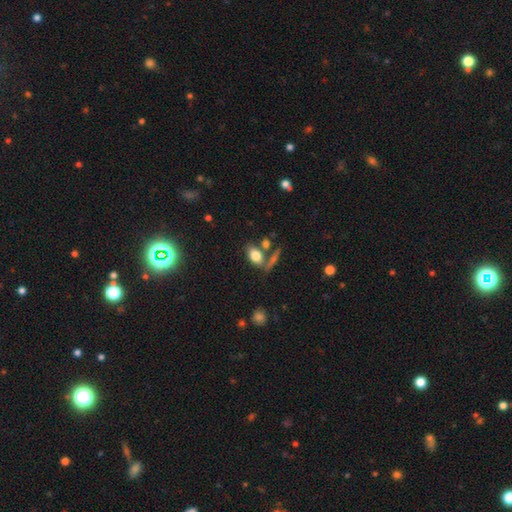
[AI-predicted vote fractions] Q: Smooth or featured?
A: smooth (76%); runner-up: featured or disk (14%)
Q: How rounded?
A: in between (85%); runner-up: round (10%)
Q: Merging?
A: none (57%); runner-up: merger (24%)